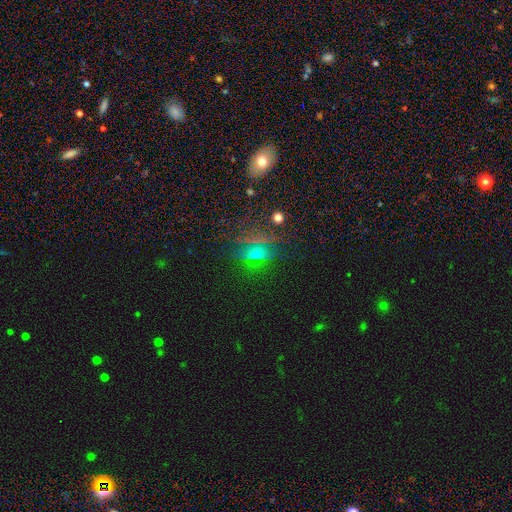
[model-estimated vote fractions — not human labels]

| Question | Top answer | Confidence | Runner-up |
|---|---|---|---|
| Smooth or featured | star or artifact | 44% | smooth (43%) |